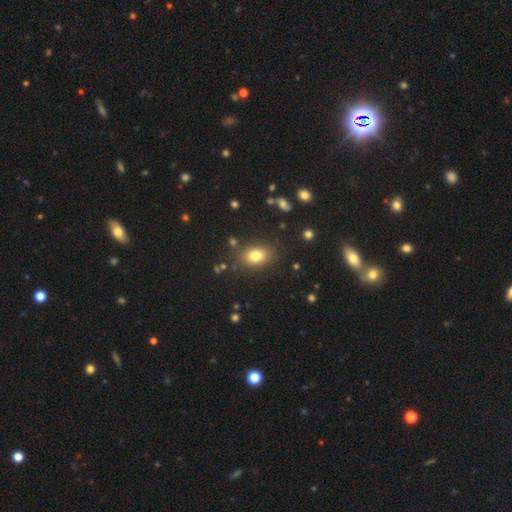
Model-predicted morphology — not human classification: smooth_or_featured: smooth (p=0.79) [alt: star or artifact p=0.11]
how_rounded: in between (p=0.75) [alt: round p=0.23]
merging: none (p=0.84) [alt: minor disturbance p=0.10]